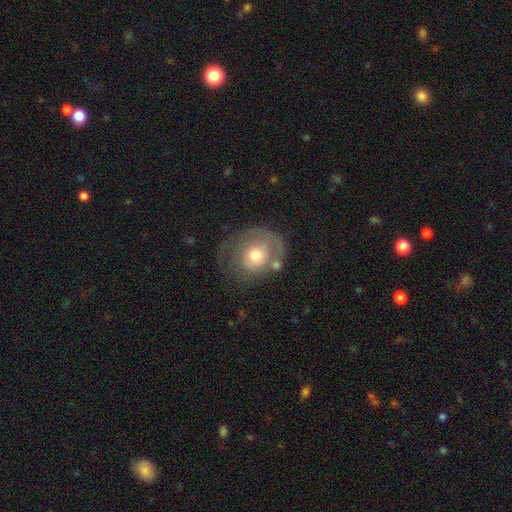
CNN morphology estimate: type=featured or disk (51%); edge-on=no (96%); merging=none (49%).